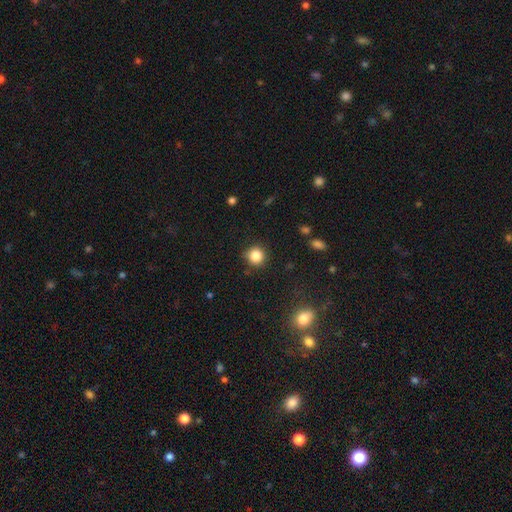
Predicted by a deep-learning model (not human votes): Smooth or featured? Predicted: smooth (p=0.84). How rounded? Predicted: round (p=0.93). Merging? Predicted: none (p=0.87).